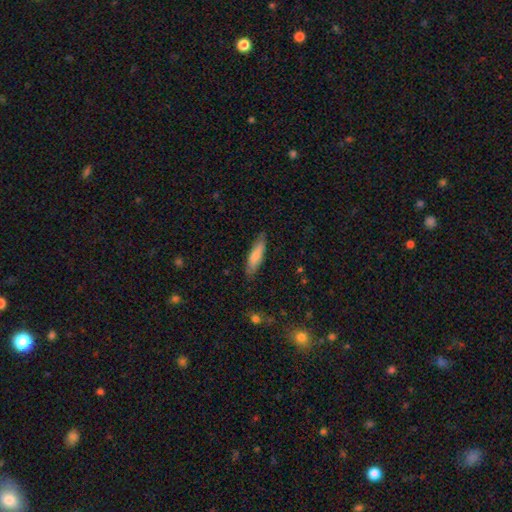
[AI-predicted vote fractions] Overall: smooth (81%). How rounded: cigar-shaped (69%; in between 29%). Merging: none (82%).